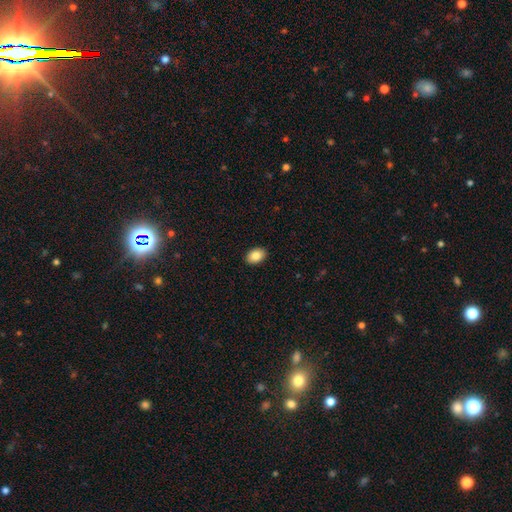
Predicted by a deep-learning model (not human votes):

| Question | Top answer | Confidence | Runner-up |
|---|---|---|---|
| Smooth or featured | smooth | 85% | star or artifact (8%) |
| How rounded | in between | 85% | round (14%) |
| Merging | none | 91% | minor disturbance (7%) |